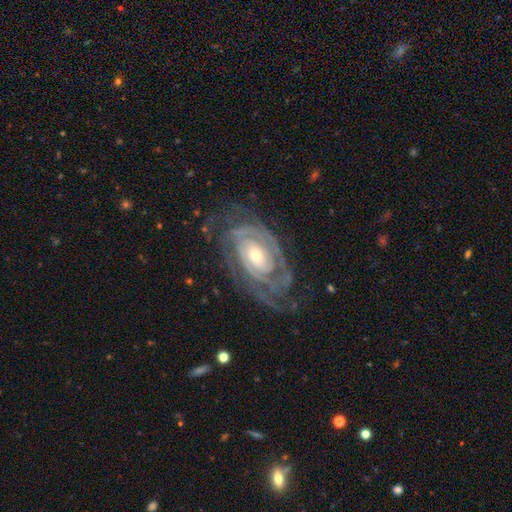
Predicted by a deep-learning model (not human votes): smooth_or_featured: featured or disk (p=0.89) [alt: smooth p=0.06]
disk_edge_on: no (p=0.96) [alt: yes p=0.04]
bar: no (p=0.64) [alt: weak p=0.25]
has_spiral_arms: yes (p=0.96) [alt: no p=0.04]
spiral_winding: tight (p=0.76) [alt: medium p=0.20]
spiral_arm_count: can't tell (p=0.31) [alt: 2 p=0.29]
bulge_size: small (p=0.51) [alt: moderate p=0.44]
merging: none (p=0.69) [alt: minor disturbance p=0.18]